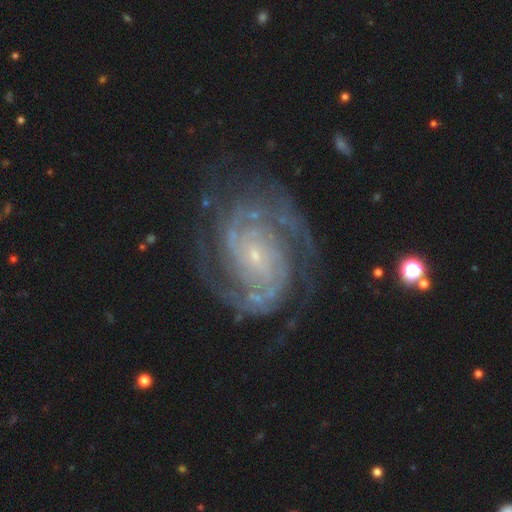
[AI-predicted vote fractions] smooth_or_featured: featured or disk (p=0.91) [alt: star or artifact p=0.05]
disk_edge_on: no (p=0.98) [alt: yes p=0.02]
bar: no (p=0.63) [alt: weak p=0.26]
has_spiral_arms: yes (p=0.98) [alt: no p=0.02]
spiral_winding: tight (p=0.62) [alt: medium p=0.32]
spiral_arm_count: 2 (p=0.51) [alt: 3 p=0.15]
bulge_size: small (p=0.84) [alt: moderate p=0.10]
merging: none (p=0.74) [alt: minor disturbance p=0.16]